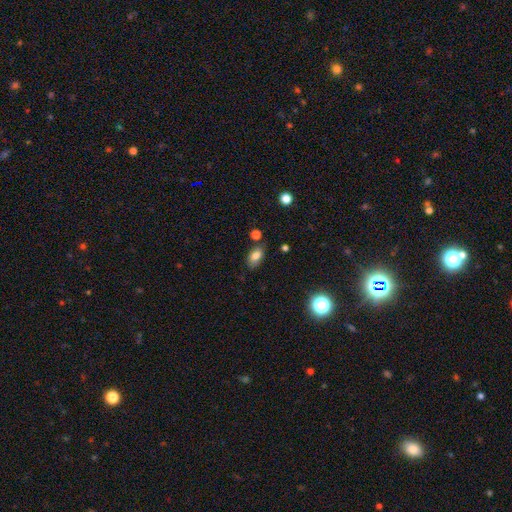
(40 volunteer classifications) Smooth or featured: smooth — 85% (featured or disk — 8%)
How rounded: in between — 94% (round — 6%)
Merging: none — 86% (minor disturbance — 14%)